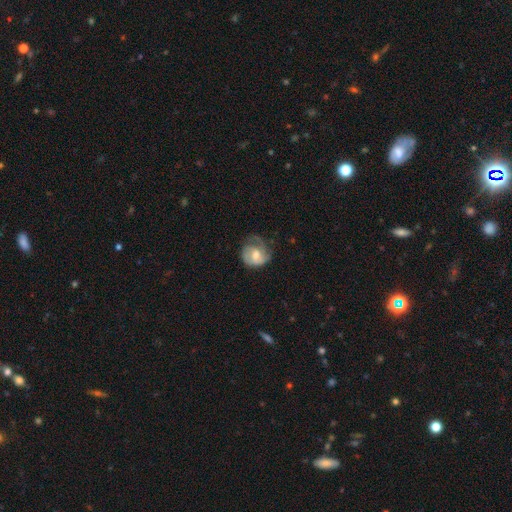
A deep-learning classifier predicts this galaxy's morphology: Overall: featured or disk (57%; smooth 36%). Edge-on disk: no (98%). Bar: no (59%; weak 35%). Spiral arms: yes (83%). Bulge size: moderate (58%). Merging: none (48%; minor disturbance 28%).